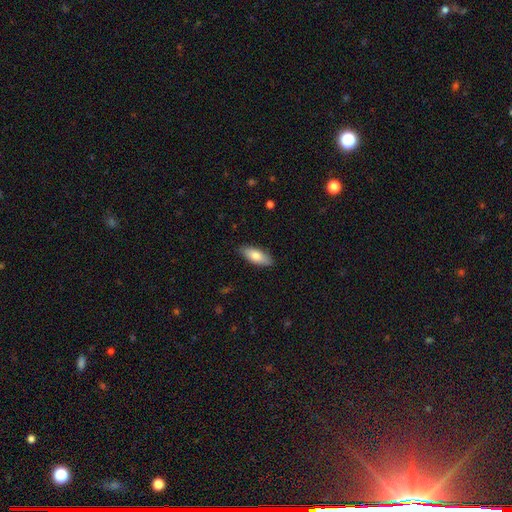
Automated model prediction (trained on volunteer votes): smooth_or_featured: smooth (p=0.78) [alt: featured or disk p=0.16]
how_rounded: in between (p=0.78) [alt: cigar-shaped p=0.20]
merging: none (p=0.88) [alt: minor disturbance p=0.09]